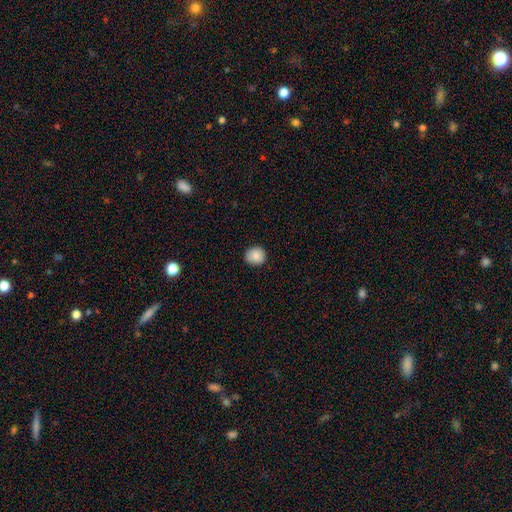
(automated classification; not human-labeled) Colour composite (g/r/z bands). It shows a smooth galaxy with no disk features (87%) that is round (88%). Merging: none (89%).